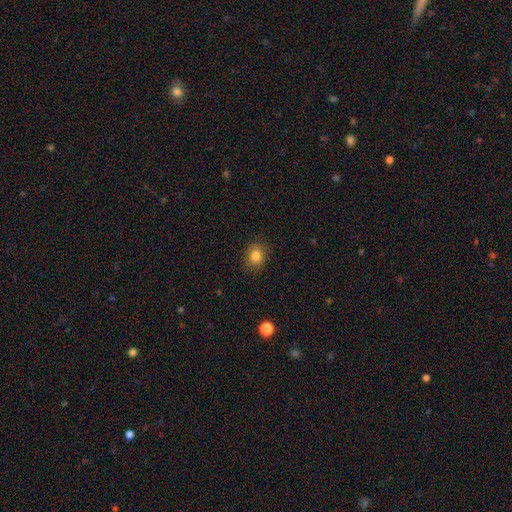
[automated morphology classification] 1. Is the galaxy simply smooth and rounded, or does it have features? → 84% smooth, 11% star or artifact, 6% featured or disk.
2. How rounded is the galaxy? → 65% round, 34% in between, 1% cigar-shaped.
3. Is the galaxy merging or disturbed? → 88% none, 9% minor disturbance, 2% major disturbance, 1% merger.